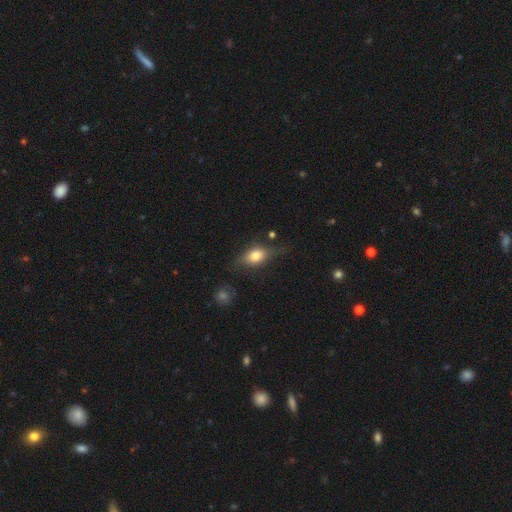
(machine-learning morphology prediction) Smooth or featured? Predicted: smooth (p=0.71). How rounded? Predicted: in between (p=0.75). Merging? Predicted: none (p=0.58).